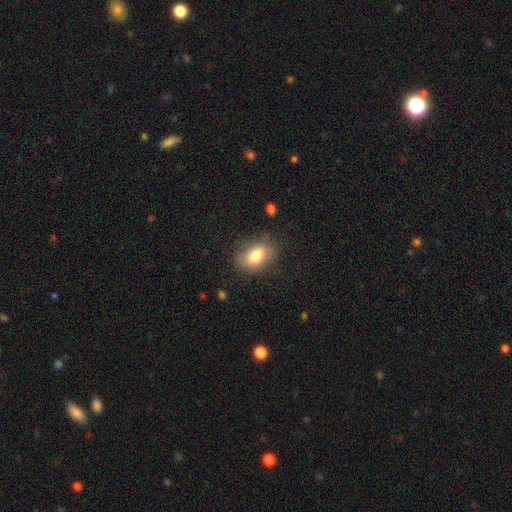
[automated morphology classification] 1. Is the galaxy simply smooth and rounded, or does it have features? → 80% smooth, 12% featured or disk, 8% star or artifact.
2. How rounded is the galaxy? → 87% in between, 11% round, 2% cigar-shaped.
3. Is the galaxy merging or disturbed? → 77% none, 16% minor disturbance, 5% major disturbance, 2% merger.